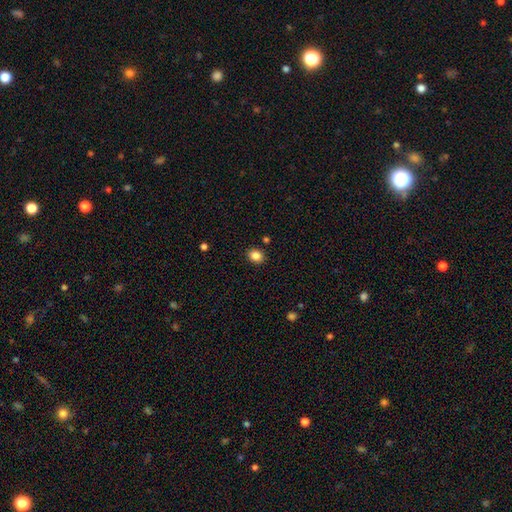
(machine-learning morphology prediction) This appears to be a smooth galaxy with no disk features (86%) that is in between round and cigar-shaped (50%). Merging: none (89%).